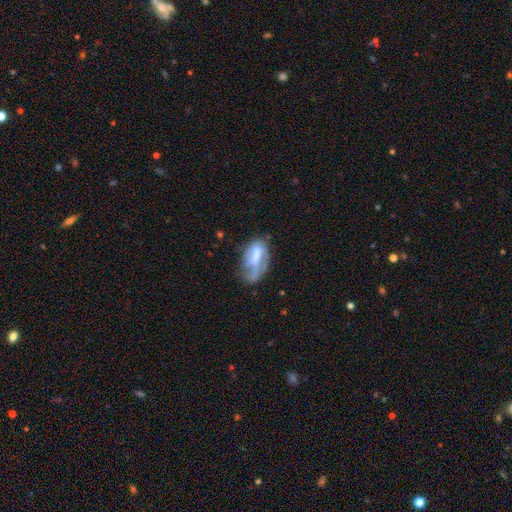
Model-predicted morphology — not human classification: Smooth or featured? featured or disk (49%)
Merging? major disturbance (36%)